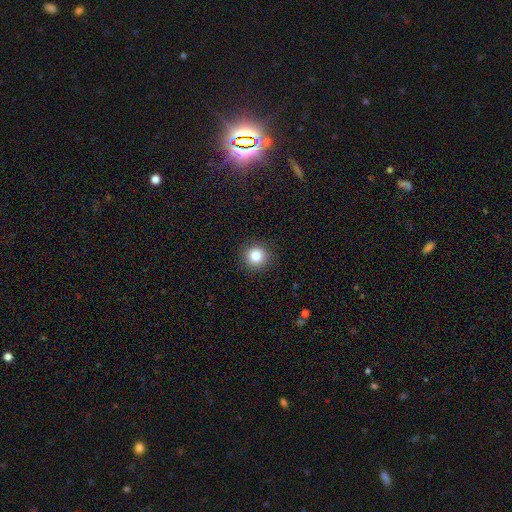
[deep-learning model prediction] This is clearly a smooth galaxy (83%). How rounded: clearly round (93%). Merging: clearly none (92%).